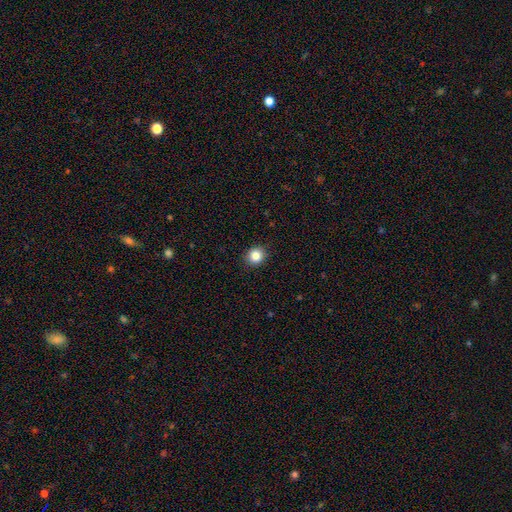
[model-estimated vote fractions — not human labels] Smooth or featured? Predicted: smooth (p=0.85). How rounded? Predicted: round (p=0.84). Merging? Predicted: none (p=0.91).